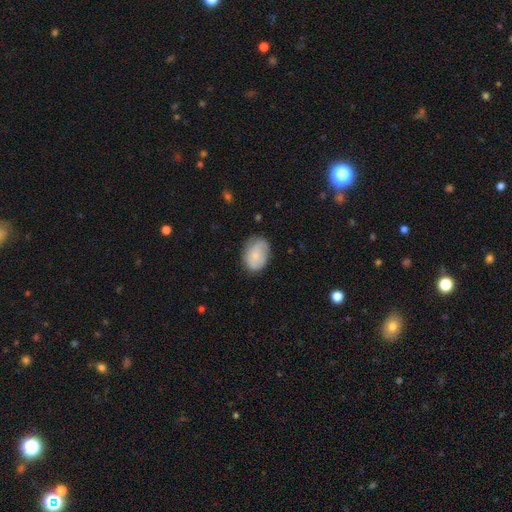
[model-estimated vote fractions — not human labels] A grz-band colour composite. It shows a smooth galaxy with no disk features (70%) that is in between round and cigar-shaped (76%). Merging: none (65%).